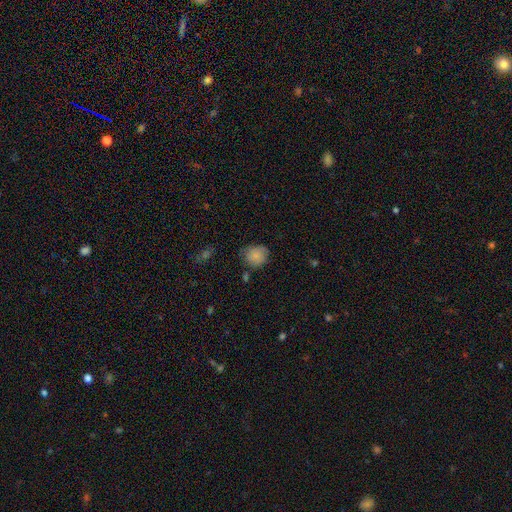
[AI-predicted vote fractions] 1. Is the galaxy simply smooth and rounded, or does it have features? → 81% smooth, 11% featured or disk, 9% star or artifact.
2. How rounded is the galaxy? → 75% round, 24% in between, 1% cigar-shaped.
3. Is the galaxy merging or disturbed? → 67% none, 24% minor disturbance, 5% major disturbance, 3% merger.